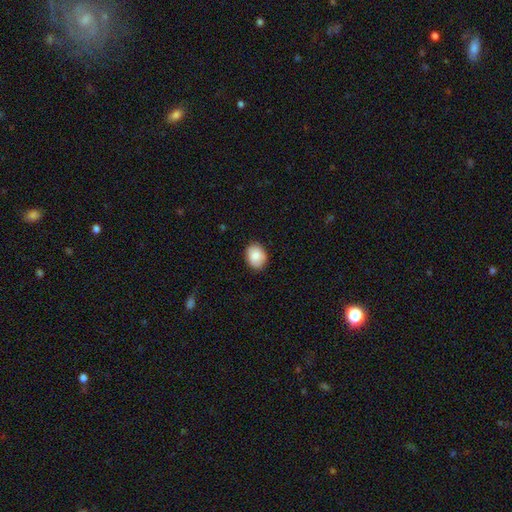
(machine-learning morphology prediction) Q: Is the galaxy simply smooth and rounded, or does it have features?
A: smooth — 85%.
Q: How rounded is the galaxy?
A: in between — 52%.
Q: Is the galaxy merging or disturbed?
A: none — 86%.